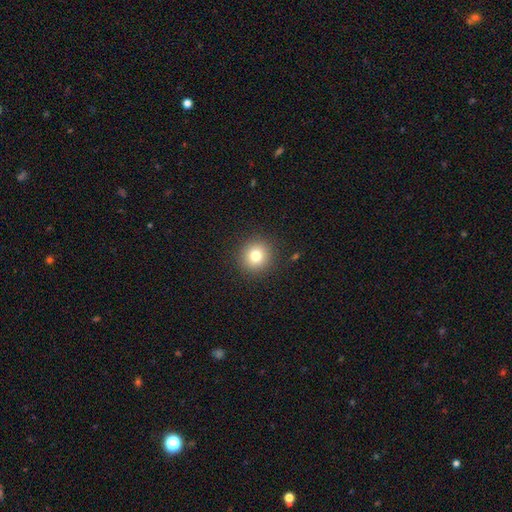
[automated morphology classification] Smooth or featured: smooth — 79% (star or artifact — 12%)
How rounded: round — 93% (in between — 6%)
Merging: none — 91% (minor disturbance — 6%)